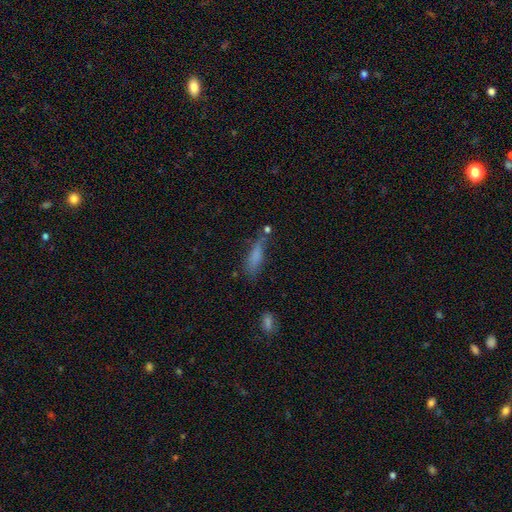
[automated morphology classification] A smooth galaxy with no disk features (74%) that is in between round and cigar-shaped (49%). Merging: none (49%).